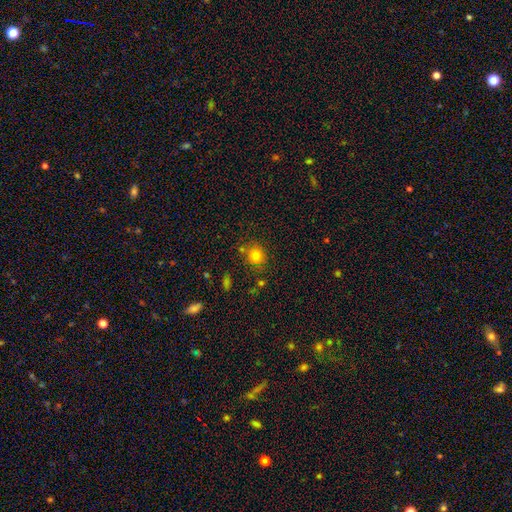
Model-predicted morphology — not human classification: This appears to be a smooth galaxy with no disk features (80%) that is round (81%). Merging: none (76%).